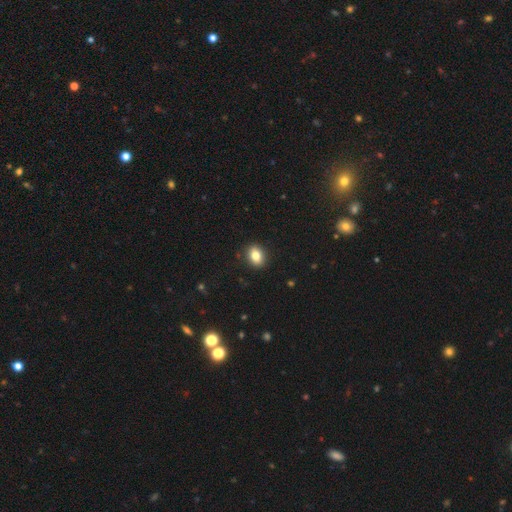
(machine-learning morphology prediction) This is clearly a smooth galaxy (82%). How rounded: likely in between (65%). Merging: clearly none (90%).